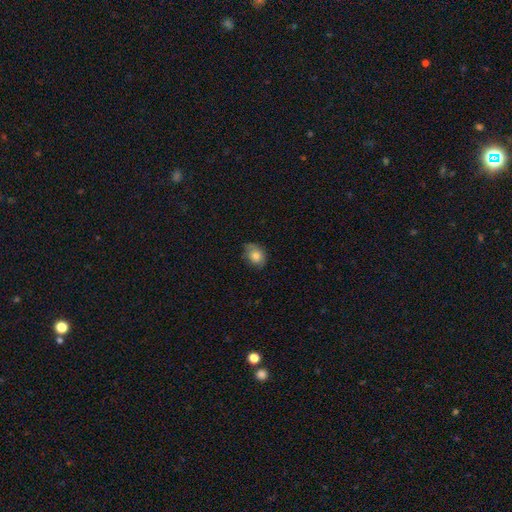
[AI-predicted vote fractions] Smooth or featured? Predicted: smooth (p=0.79). How rounded? Predicted: in between (p=0.54). Merging? Predicted: none (p=0.66).